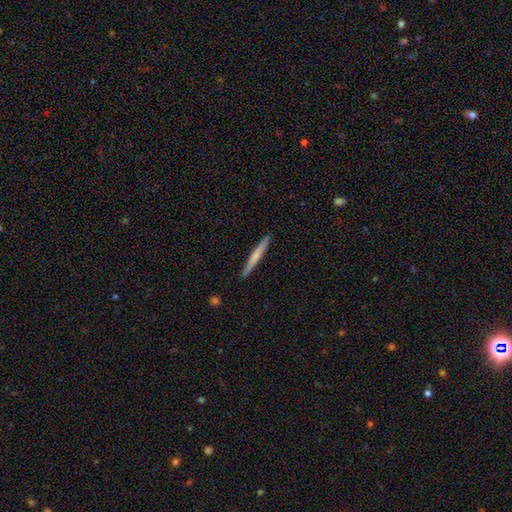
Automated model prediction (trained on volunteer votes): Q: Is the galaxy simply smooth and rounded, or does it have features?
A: smooth — 53%.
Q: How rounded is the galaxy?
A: cigar-shaped — 96%.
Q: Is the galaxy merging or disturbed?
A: none — 92%.